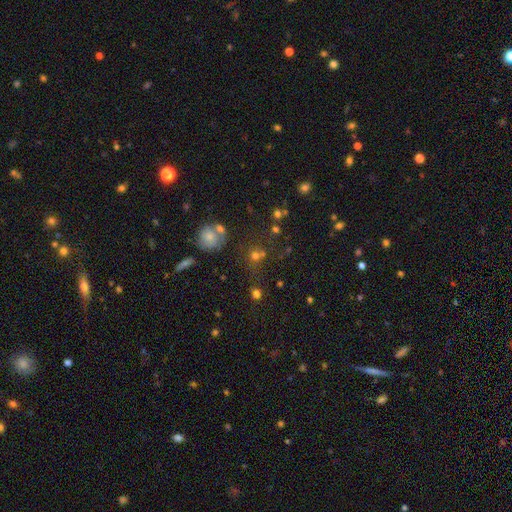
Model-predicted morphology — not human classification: smooth 61%, star or artifact 28%, featured or disk 11%. Down the decision tree: how rounded — round (87%); merging — none (63%).